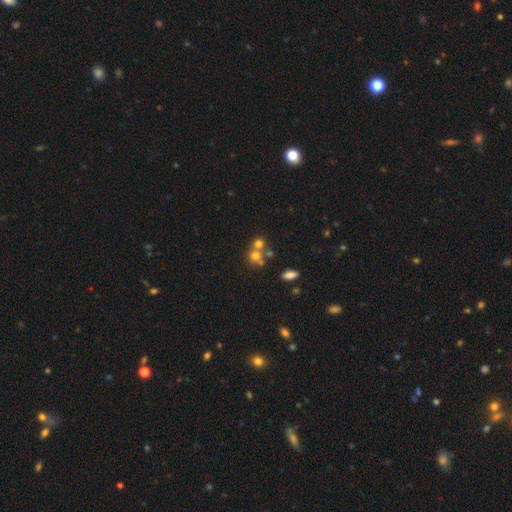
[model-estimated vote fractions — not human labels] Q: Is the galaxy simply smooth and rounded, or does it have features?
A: smooth — 68%.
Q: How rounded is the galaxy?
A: round — 80%.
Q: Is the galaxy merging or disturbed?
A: merger — 48%.